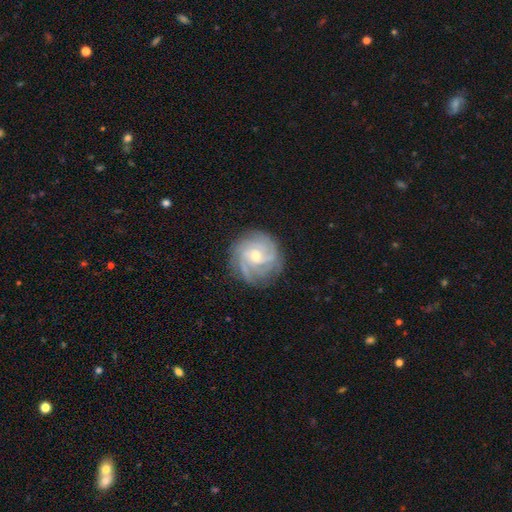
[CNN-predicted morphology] smooth-or-featured: featured or disk: 82% | smooth: 12% | star or artifact: 6%
  disk-edge-on: no: 98% | yes: 2%
    bar: no: 61% | weak: 34% | strong: 5%
    has-spiral-arms: yes: 96% | no: 4%
      spiral-winding: tight: 59% | medium: 33% | loose: 9%
      spiral-arm-count: 3: 29% | can't tell: 27% | 4: 16% | 2: 15% | more than 4: 7% | 1: 6%
    bulge-size: small: 49% | moderate: 46% | large: 2% | none: 2% | dominant: 1%
  merging: none: 77% | minor disturbance: 16% | major disturbance: 6% | merger: 1%